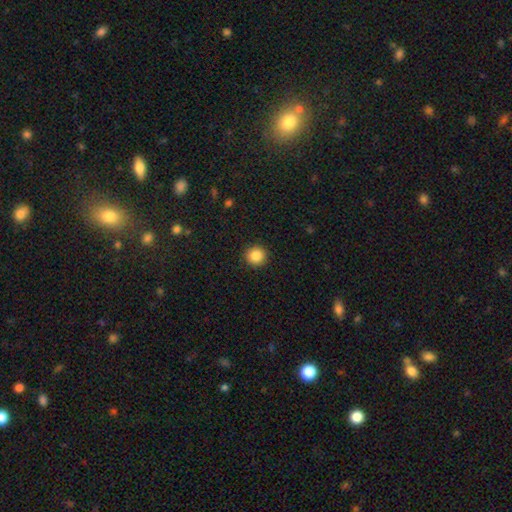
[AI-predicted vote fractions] A smooth galaxy with no disk features (86%) that is round (94%).

Vote fractions:
- Smooth or featured? smooth: 86% / star or artifact: 10% / featured or disk: 4%
- How rounded? round: 94% / in between: 5% / cigar-shaped: 1%
- Merging? none: 93% / minor disturbance: 5% / major disturbance: 2% / merger: 1%